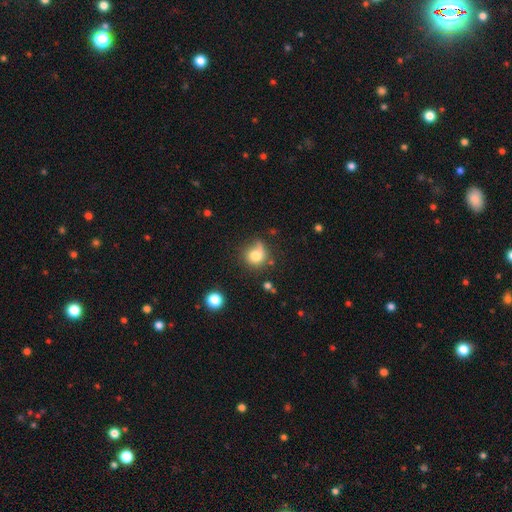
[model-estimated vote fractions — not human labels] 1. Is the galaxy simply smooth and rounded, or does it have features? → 73% smooth, 16% featured or disk, 11% star or artifact.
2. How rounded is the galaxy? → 81% round, 18% in between, 1% cigar-shaped.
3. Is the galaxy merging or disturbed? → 49% none, 26% minor disturbance, 18% major disturbance, 7% merger.